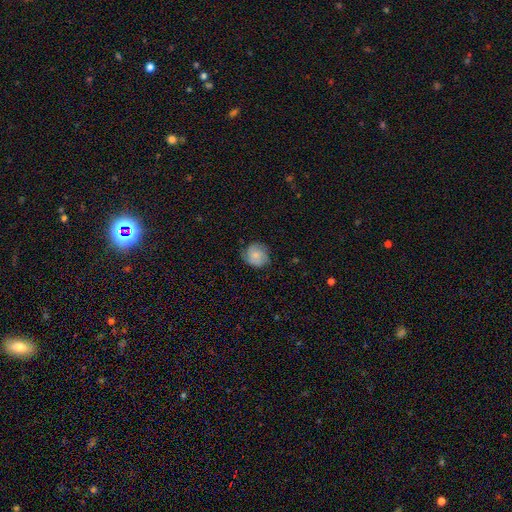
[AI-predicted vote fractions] Smooth or featured? smooth (59%)
How rounded? round (86%)
Merging? none (73%)